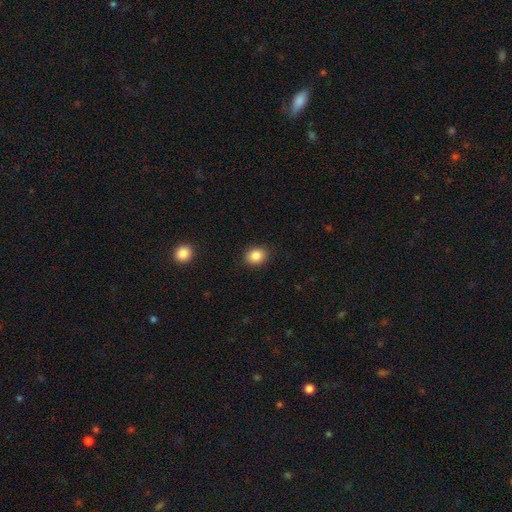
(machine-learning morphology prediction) This is clearly a smooth galaxy (86%). How rounded: possibly round (56%). Merging: clearly none (89%).